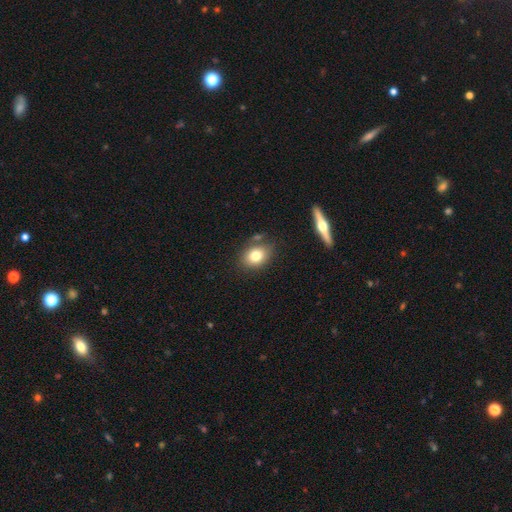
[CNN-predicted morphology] type=smooth (78%); roundness=in between (56%); merging=none (74%).